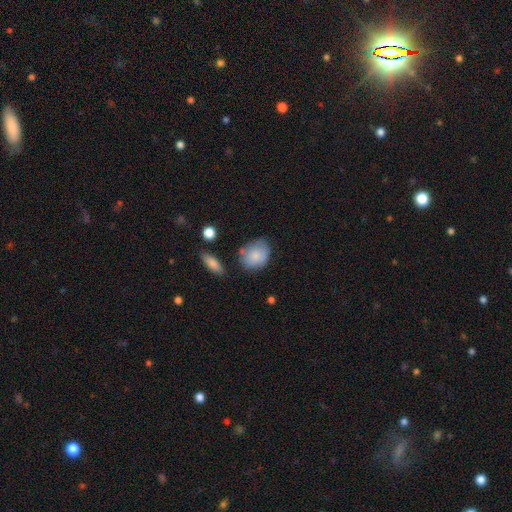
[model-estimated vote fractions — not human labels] A smooth galaxy with no disk features (83%) that is in between round and cigar-shaped (52%).

Vote fractions:
- Smooth or featured? smooth: 83% / featured or disk: 11% / star or artifact: 7%
- How rounded? in between: 52% / round: 47% / cigar-shaped: 1%
- Merging? none: 62% / minor disturbance: 26% / major disturbance: 6% / merger: 6%